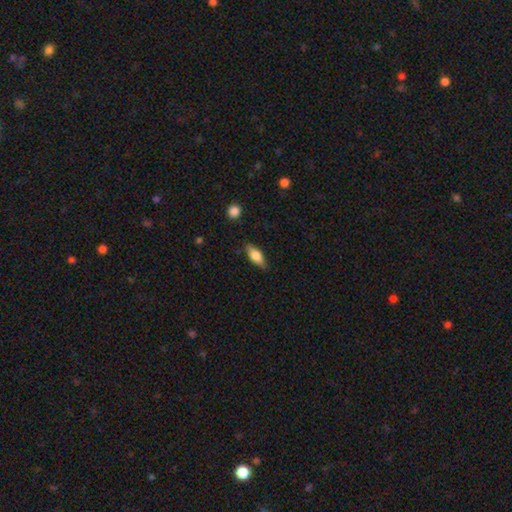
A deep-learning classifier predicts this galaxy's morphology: smooth-or-featured: smooth: 69% | featured or disk: 24% | star or artifact: 7%
  how-rounded: in between: 75% | cigar-shaped: 22% | round: 3%
  merging: none: 82% | minor disturbance: 14% | major disturbance: 3% | merger: 2%